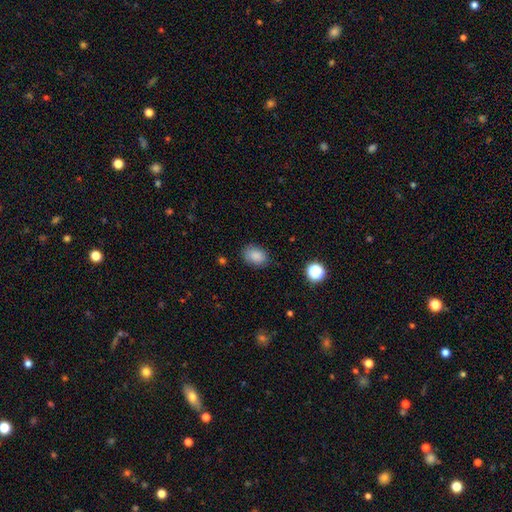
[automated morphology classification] Smooth or featured?
  - smooth: 86% *
  - star or artifact: 9%
  - featured or disk: 5%
How rounded?
  - in between: 71% *
  - round: 28%
  - cigar-shaped: 1%
Merging?
  - none: 81% *
  - minor disturbance: 14%
  - major disturbance: 3%
  - merger: 1%